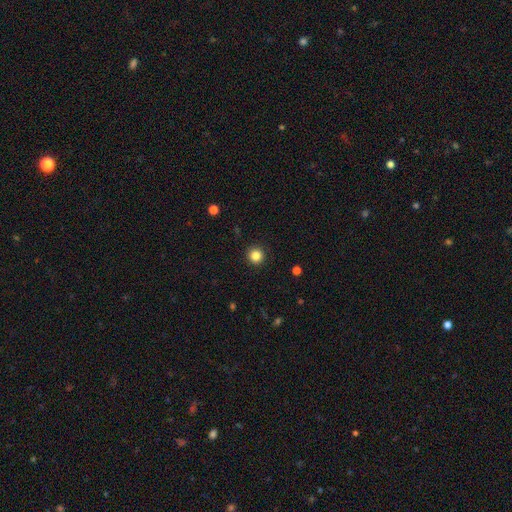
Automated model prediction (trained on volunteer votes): A smooth galaxy with no disk features (84%) that is round (96%).

Vote fractions:
- Smooth or featured? smooth: 84% / star or artifact: 12% / featured or disk: 5%
- How rounded? round: 96% / in between: 4% / cigar-shaped: 1%
- Merging? none: 93% / minor disturbance: 4% / major disturbance: 2% / merger: 1%